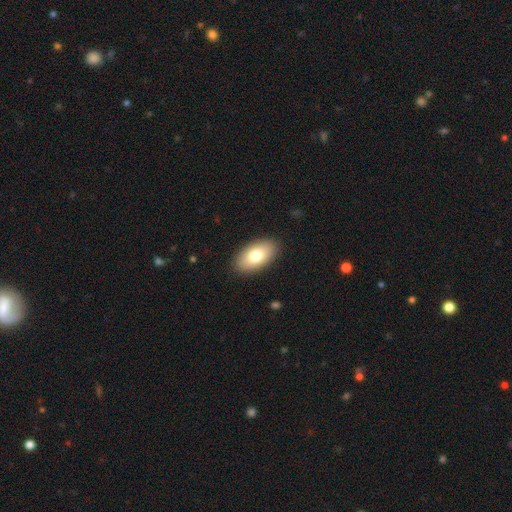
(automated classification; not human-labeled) The model was most divided on "smooth or featured": smooth: 78%, featured or disk: 15%, star or artifact: 7%. More confident: how rounded — in between (95%); merging — none (89%).